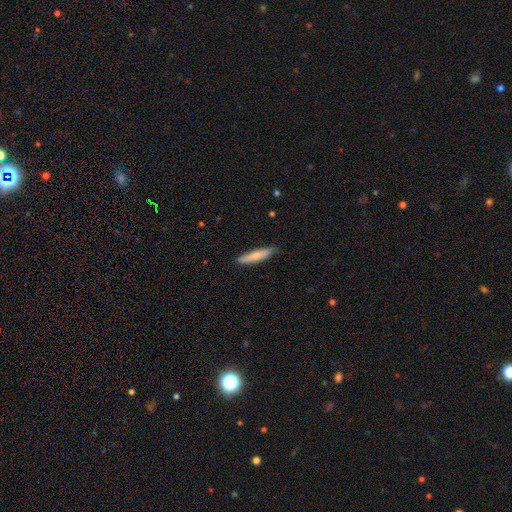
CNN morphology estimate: Smooth or featured? Predicted: smooth (p=0.72). How rounded? Predicted: cigar-shaped (p=0.85). Merging? Predicted: none (p=0.84).